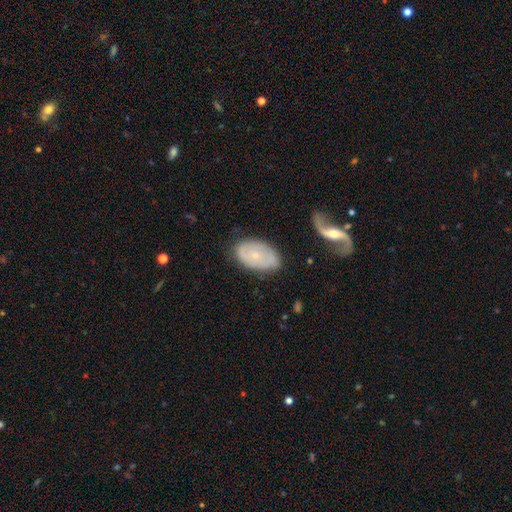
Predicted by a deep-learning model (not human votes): smooth-or-featured: featured or disk: 50% | smooth: 43% | star or artifact: 7%
  merging: none: 70% | minor disturbance: 21% | major disturbance: 6% | merger: 3%